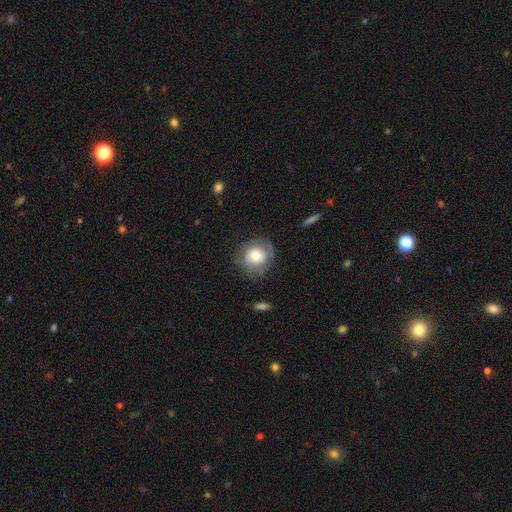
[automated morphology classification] Smooth or featured: smooth — 68% (featured or disk — 24%)
How rounded: round — 85% (in between — 14%)
Merging: none — 74% (minor disturbance — 17%)